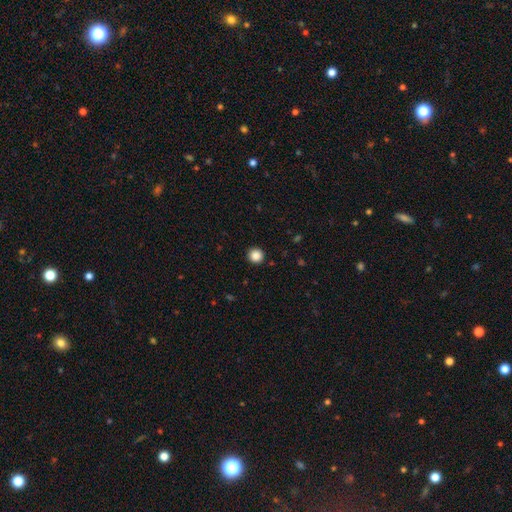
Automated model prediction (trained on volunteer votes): This appears to be a smooth galaxy with no disk features (87%) that is round (95%). Merging: none (93%).